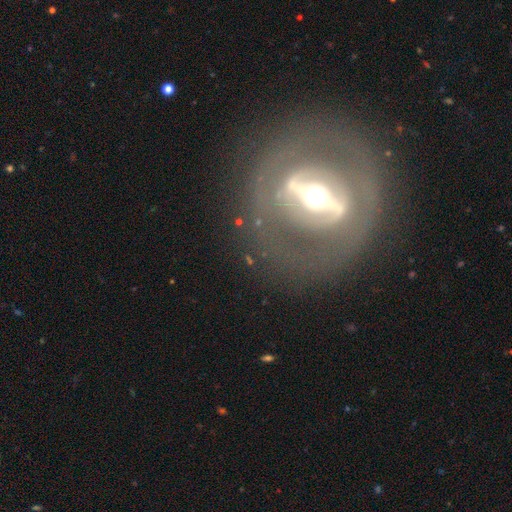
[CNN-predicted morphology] This appears to be a featured or disk galaxy (79%) with a strong bar (65%), no spiral arms (70%) and a moderate central bulge (63%). Merging: none (79%).